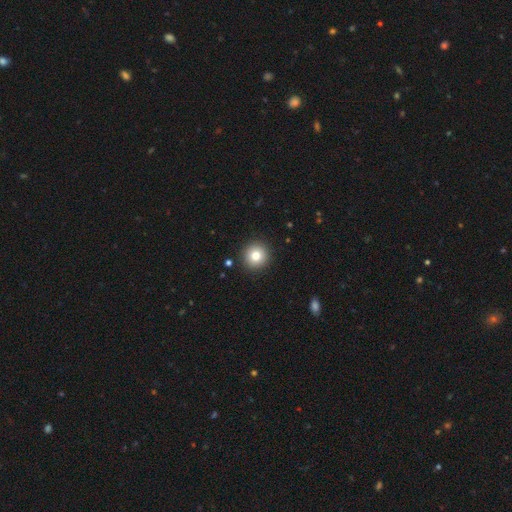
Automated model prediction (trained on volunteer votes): Smooth or featured? Predicted: smooth (p=0.80). How rounded? Predicted: round (p=0.95). Merging? Predicted: none (p=0.92).